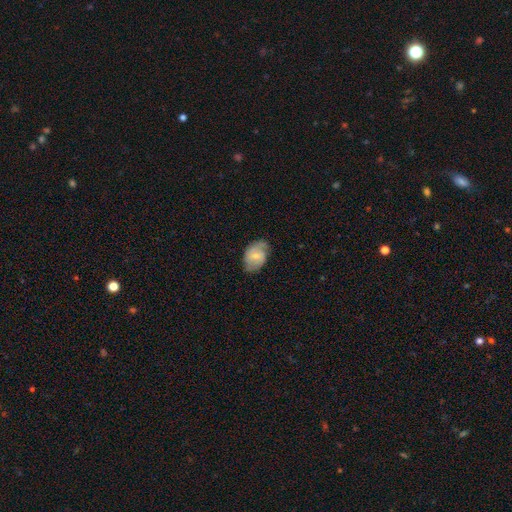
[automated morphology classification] A featured or disk galaxy (55%) with a weak bar (47%), spiral arms (83%) and a small central bulge (58%). Merging: none (69%).